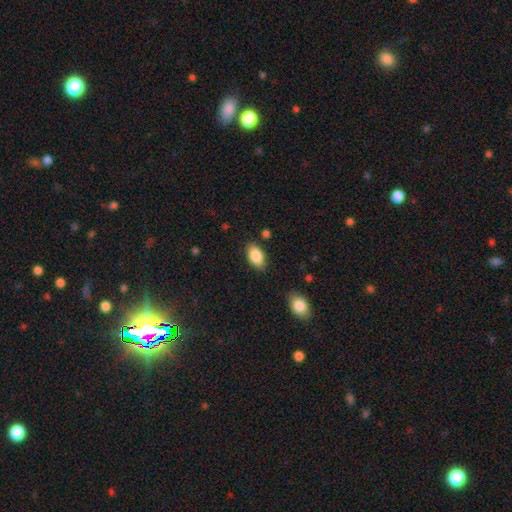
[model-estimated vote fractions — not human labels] Smooth or featured: smooth — 86% (featured or disk — 7%)
How rounded: in between — 93% (round — 5%)
Merging: none — 85% (minor disturbance — 11%)